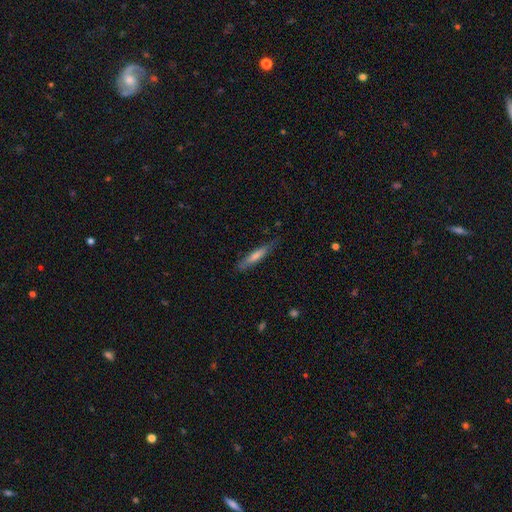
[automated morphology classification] smooth_or_featured: smooth (p=0.50) [alt: featured or disk p=0.44]
merging: none (p=0.80) [alt: minor disturbance p=0.16]